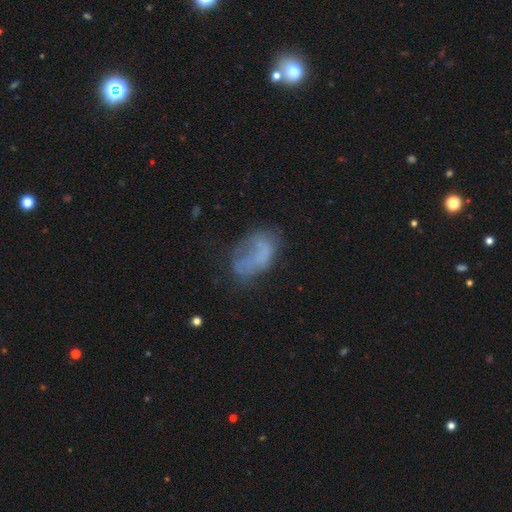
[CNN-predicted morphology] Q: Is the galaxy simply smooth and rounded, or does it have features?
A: smooth — 50%.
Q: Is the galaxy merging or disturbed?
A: none — 43%.